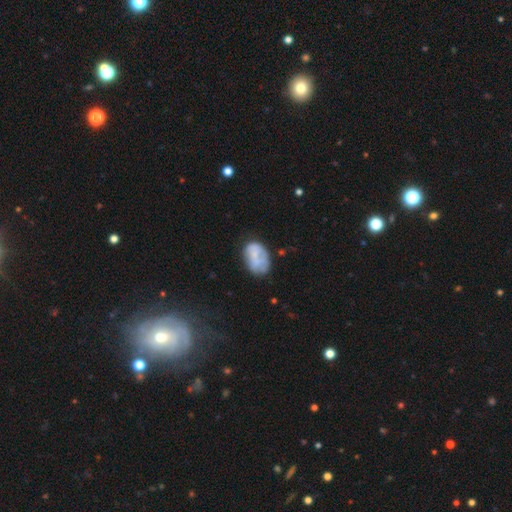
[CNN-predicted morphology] smooth_or_featured: smooth (p=0.63) [alt: featured or disk p=0.29]
how_rounded: in between (p=0.86) [alt: round p=0.12]
merging: none (p=0.52) [alt: minor disturbance p=0.29]